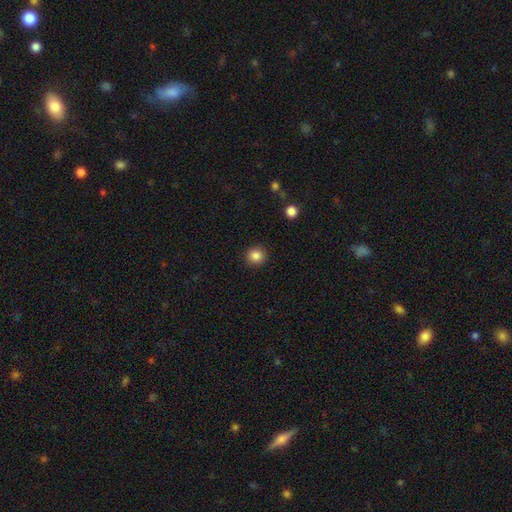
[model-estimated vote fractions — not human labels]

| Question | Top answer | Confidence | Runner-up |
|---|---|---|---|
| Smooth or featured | smooth | 85% | star or artifact (10%) |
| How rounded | round | 91% | in between (8%) |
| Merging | none | 92% | minor disturbance (5%) |